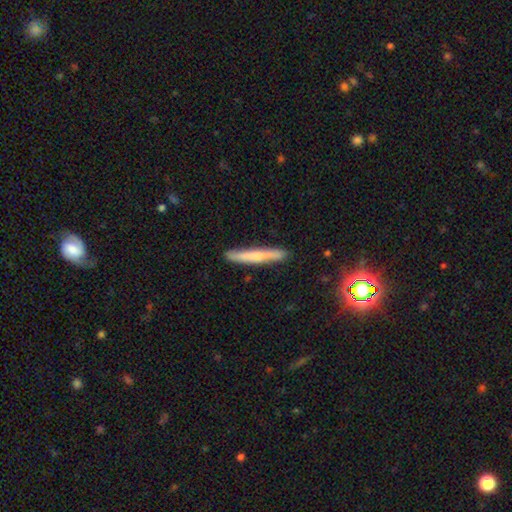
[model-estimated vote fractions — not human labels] smooth 56%, featured or disk 37%, star or artifact 7%. Down the decision tree: how rounded — cigar-shaped (95%); merging — none (88%).